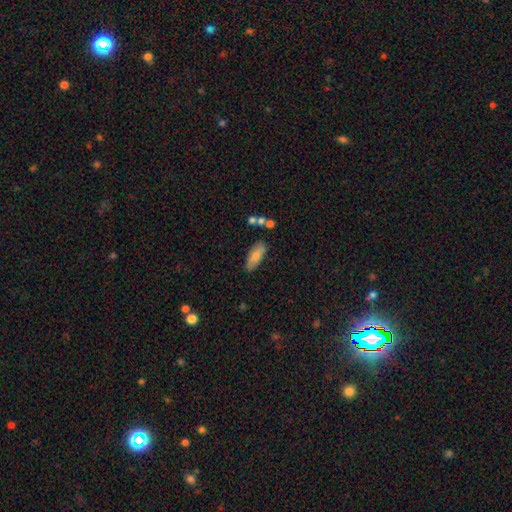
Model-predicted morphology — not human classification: Q: Smooth or featured?
A: smooth (77%); runner-up: featured or disk (16%)
Q: How rounded?
A: in between (74%); runner-up: cigar-shaped (24%)
Q: Merging?
A: none (75%); runner-up: minor disturbance (16%)